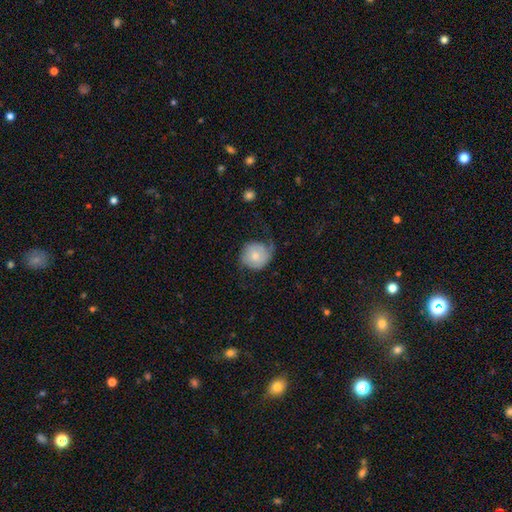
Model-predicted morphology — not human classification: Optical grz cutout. It shows a smooth galaxy with no disk features (58%) that is round (84%). Merging: none (43%).